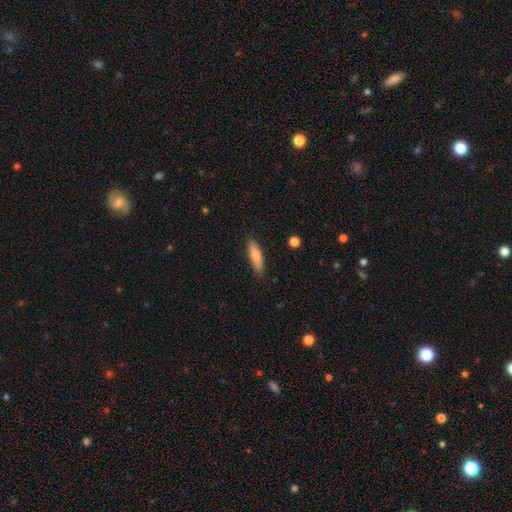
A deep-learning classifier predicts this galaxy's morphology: Smooth or featured: smooth — 80% (featured or disk — 14%)
How rounded: cigar-shaped — 68% (in between — 30%)
Merging: none — 85% (minor disturbance — 12%)